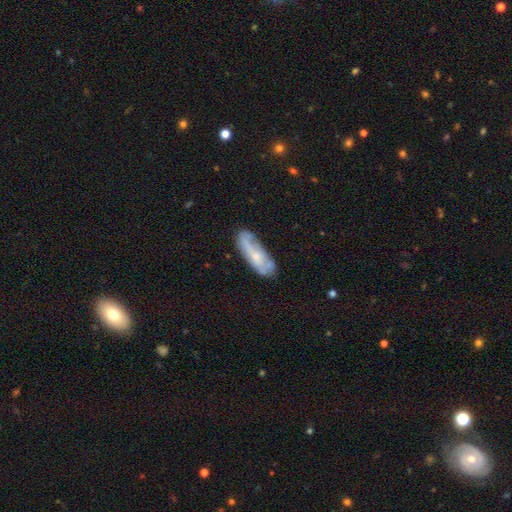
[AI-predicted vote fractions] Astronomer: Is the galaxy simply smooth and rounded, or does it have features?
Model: featured or disk — 52% (runner-up: smooth, 41%).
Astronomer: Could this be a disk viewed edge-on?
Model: no — 78%.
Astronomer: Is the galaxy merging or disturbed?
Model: none — 61%.